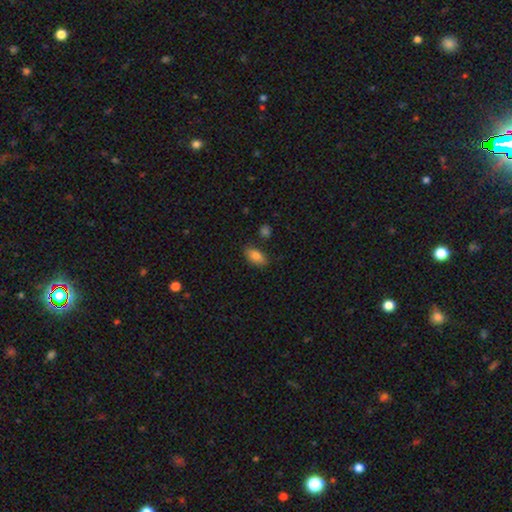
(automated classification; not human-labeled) Smooth or featured: smooth — 84% (star or artifact — 8%)
How rounded: in between — 90% (cigar-shaped — 5%)
Merging: none — 79% (minor disturbance — 14%)